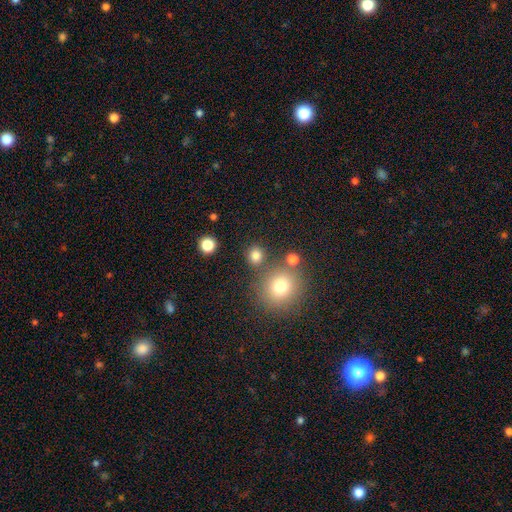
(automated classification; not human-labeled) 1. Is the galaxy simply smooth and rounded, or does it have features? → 78% smooth, 16% star or artifact, 6% featured or disk.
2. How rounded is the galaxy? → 86% round, 13% in between, 1% cigar-shaped.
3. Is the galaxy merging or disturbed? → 79% none, 10% merger, 8% minor disturbance, 3% major disturbance.